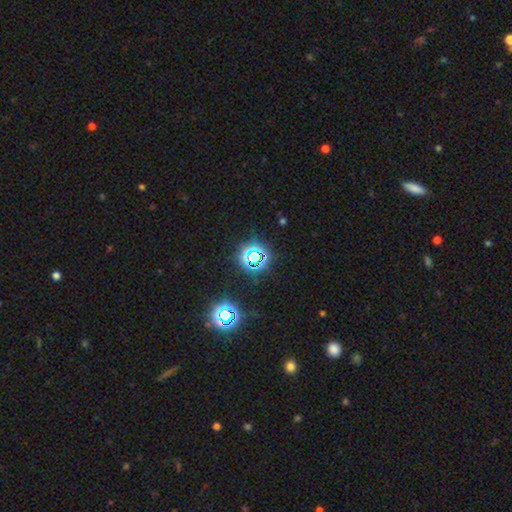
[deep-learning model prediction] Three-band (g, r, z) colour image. It shows a star or artifact, not a galaxy (72%).